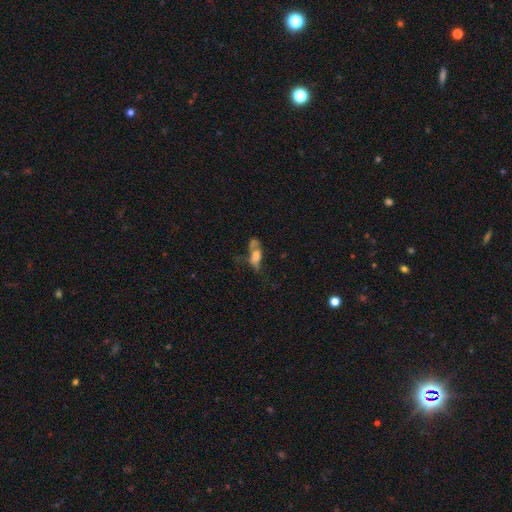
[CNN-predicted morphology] Smooth or featured? smooth (52%)
How rounded? in between (70%)
Merging? major disturbance (31%)